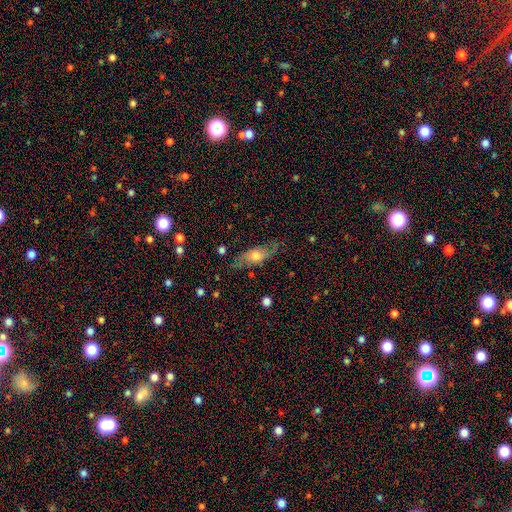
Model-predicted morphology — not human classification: Q: Smooth or featured?
A: featured or disk (56%); runner-up: smooth (34%)
Q: Edge-on disk?
A: no (62%); runner-up: yes (38%)
Q: Merging?
A: none (74%); runner-up: minor disturbance (18%)